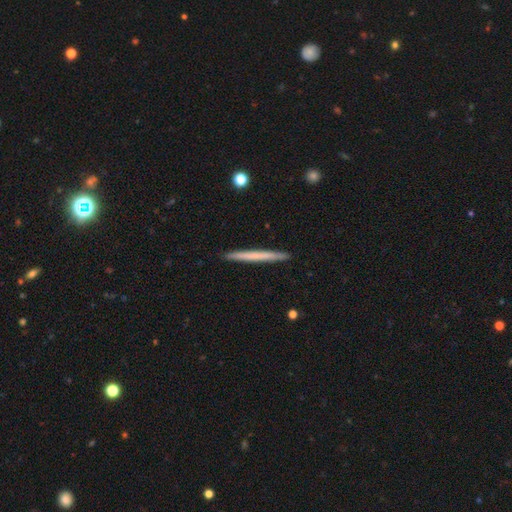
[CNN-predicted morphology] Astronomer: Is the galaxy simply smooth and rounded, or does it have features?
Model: smooth — 57% (runner-up: featured or disk, 37%).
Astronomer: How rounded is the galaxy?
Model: cigar-shaped — 97%.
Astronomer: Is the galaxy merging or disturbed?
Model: none — 92%.